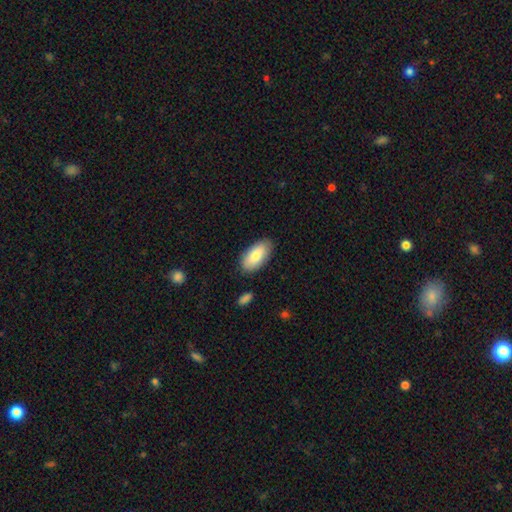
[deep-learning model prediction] Smooth or featured?
  - smooth: 80% *
  - featured or disk: 14%
  - star or artifact: 6%
How rounded?
  - in between: 93% *
  - cigar-shaped: 4%
  - round: 3%
Merging?
  - none: 84% *
  - minor disturbance: 11%
  - major disturbance: 3%
  - merger: 2%